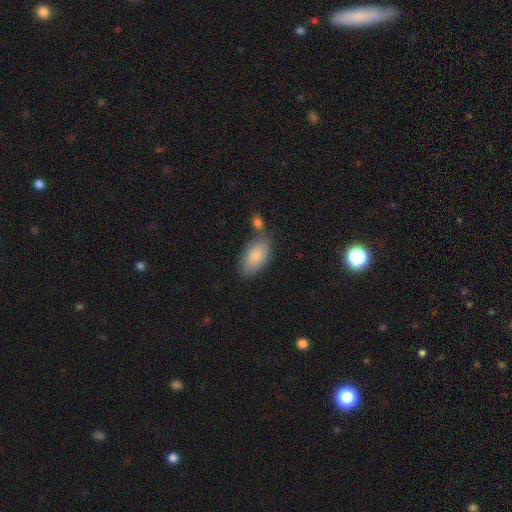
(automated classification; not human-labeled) The model was most divided on "merging": none: 63%, minor disturbance: 17%, merger: 16%, major disturbance: 4%. More confident: how rounded — in between (93%); smooth or featured — smooth (84%).